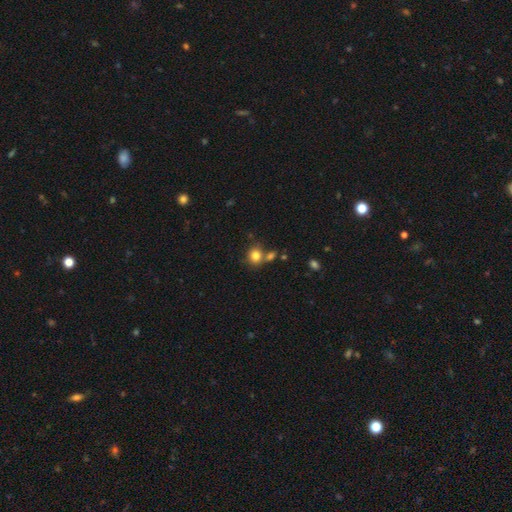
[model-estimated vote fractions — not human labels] smooth 82%, star or artifact 11%, featured or disk 7%. Down the decision tree: how rounded — round (78%); merging — none (61%).